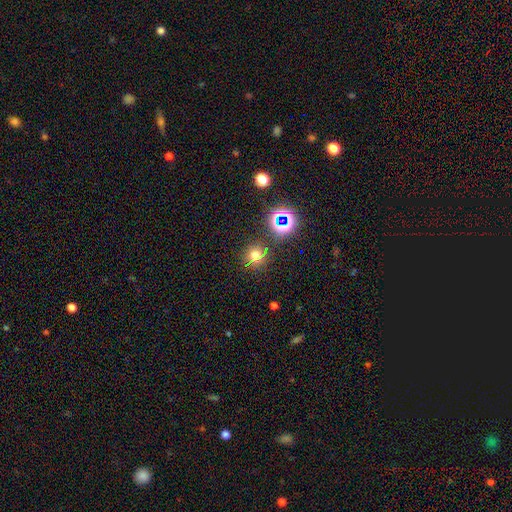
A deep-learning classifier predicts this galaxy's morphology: Smooth or featured? smooth (55%)
How rounded? round (87%)
Merging? none (78%)